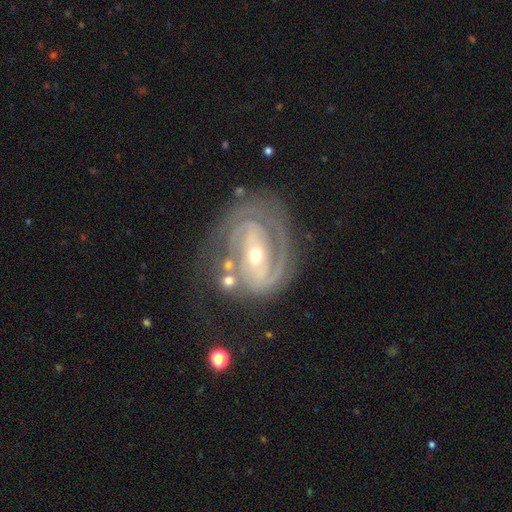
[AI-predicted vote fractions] smooth_or_featured: featured or disk (p=0.89) [alt: smooth p=0.06]
disk_edge_on: no (p=0.97) [alt: yes p=0.03]
bar: weak (p=0.37) [alt: no p=0.33]
has_spiral_arms: yes (p=0.95) [alt: no p=0.05]
spiral_winding: tight (p=0.68) [alt: medium p=0.26]
spiral_arm_count: 2 (p=0.54) [alt: 3 p=0.16]
bulge_size: moderate (p=0.55) [alt: small p=0.41]
merging: none (p=0.63) [alt: minor disturbance p=0.19]